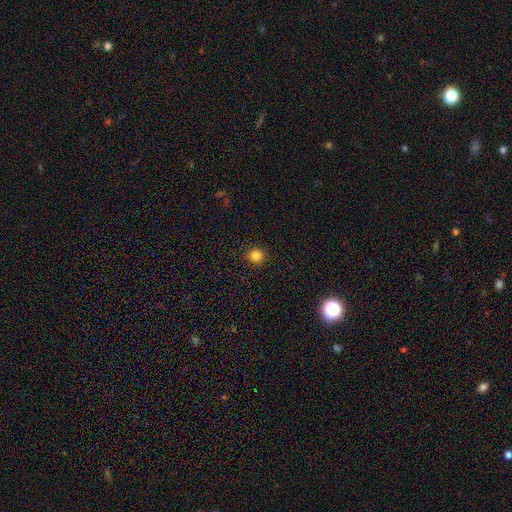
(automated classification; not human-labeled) Overall: smooth (84%). How rounded: round (92%). Merging: none (91%).